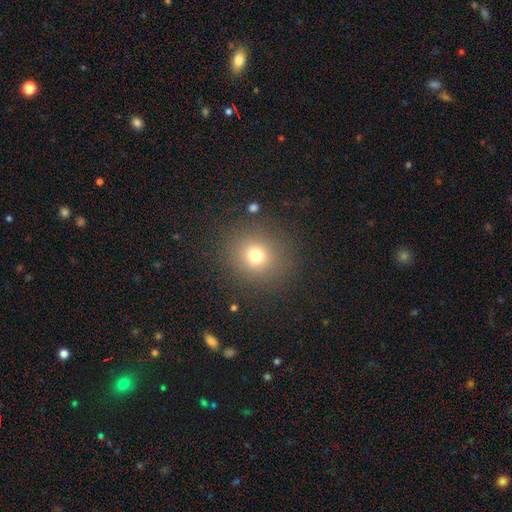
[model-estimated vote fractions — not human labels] Q: Smooth or featured?
A: smooth (73%); runner-up: star or artifact (18%)
Q: How rounded?
A: round (87%); runner-up: in between (12%)
Q: Merging?
A: none (87%); runner-up: minor disturbance (8%)